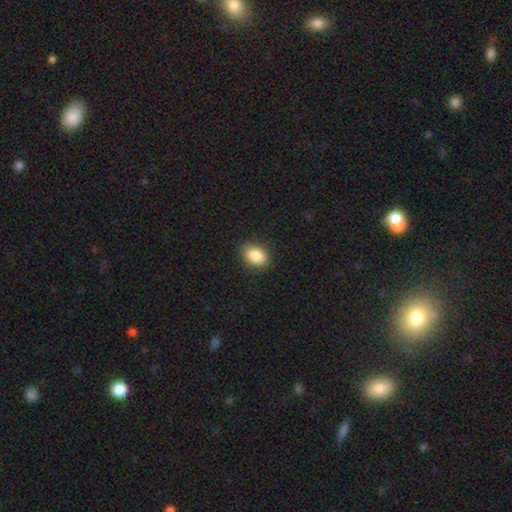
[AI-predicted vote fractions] Smooth or featured?
  - smooth: 87% *
  - star or artifact: 8%
  - featured or disk: 5%
How rounded?
  - in between: 81% *
  - round: 17%
  - cigar-shaped: 2%
Merging?
  - none: 84% *
  - minor disturbance: 12%
  - major disturbance: 3%
  - merger: 1%